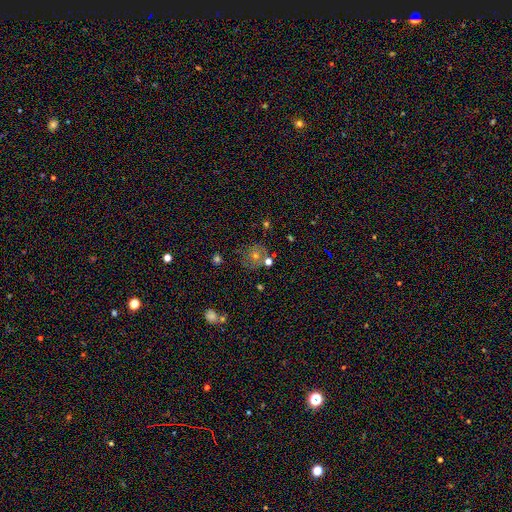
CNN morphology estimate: Smooth or featured? Predicted: smooth (p=0.47). Merging? Predicted: none (p=0.72).